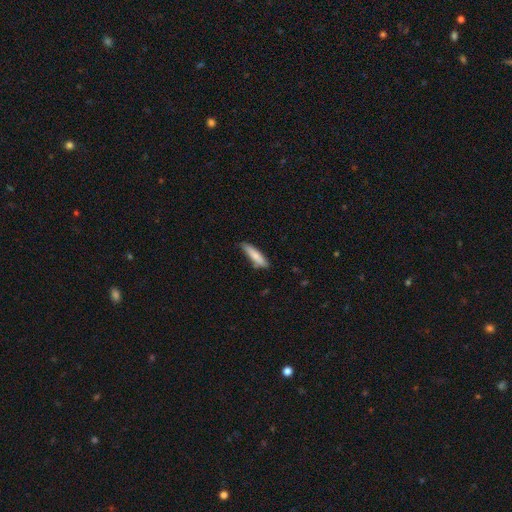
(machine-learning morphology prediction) A smooth galaxy with no disk features (76%) that is cigar-shaped (74%).

Vote fractions:
- Smooth or featured? smooth: 76% / featured or disk: 18% / star or artifact: 6%
- How rounded? cigar-shaped: 74% / in between: 25% / round: 2%
- Merging? none: 69% / minor disturbance: 24% / major disturbance: 4% / merger: 3%